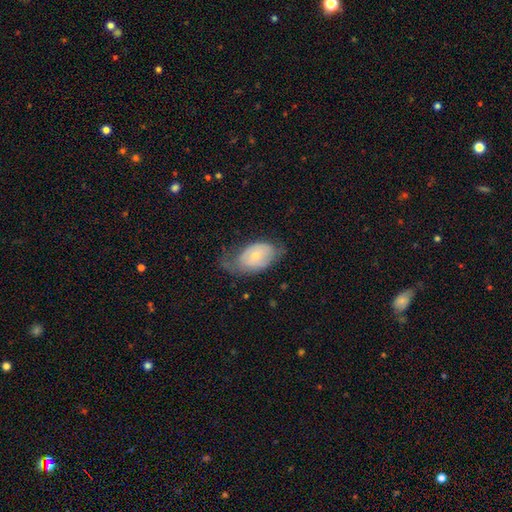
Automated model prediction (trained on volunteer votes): A featured or disk galaxy (47%). Merging: none (44%).